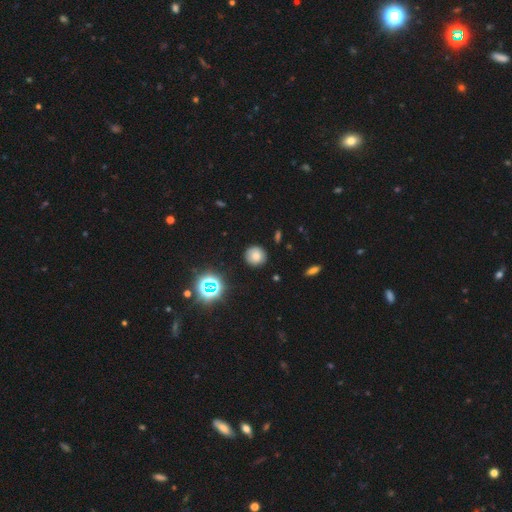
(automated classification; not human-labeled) smooth_or_featured: smooth (p=0.73) [alt: star or artifact p=0.18]
how_rounded: round (p=0.92) [alt: in between p=0.07]
merging: none (p=0.88) [alt: minor disturbance p=0.08]